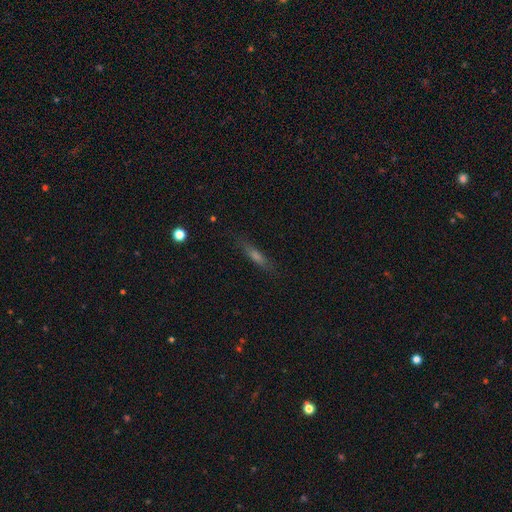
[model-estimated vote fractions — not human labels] Q: Smooth or featured?
A: smooth (45%); runner-up: featured or disk (41%)
Q: Merging?
A: none (84%); runner-up: minor disturbance (12%)